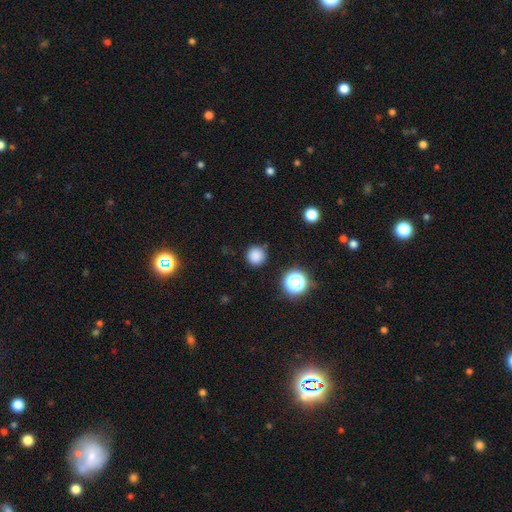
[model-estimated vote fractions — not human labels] smooth_or_featured: smooth (p=0.82) [alt: star or artifact p=0.14]
how_rounded: round (p=0.95) [alt: in between p=0.04]
merging: none (p=0.88) [alt: minor disturbance p=0.07]